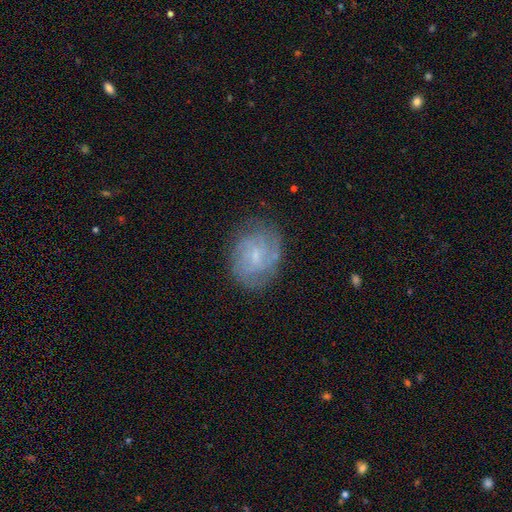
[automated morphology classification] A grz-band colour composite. It shows a featured or disk galaxy (71%) with a weak bar (49%), tight (55%) spiral arms (89%) and a small central bulge (69%). Merging: none (74%).